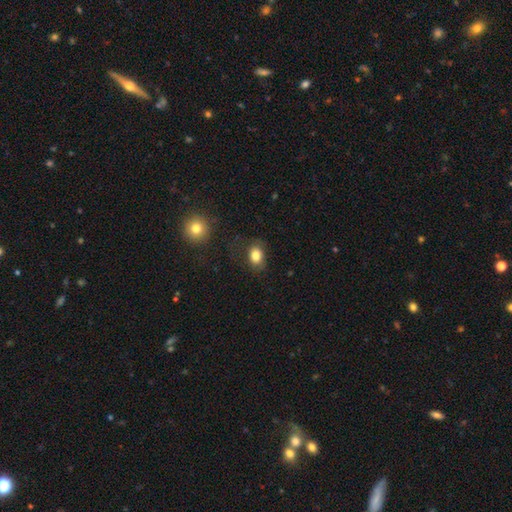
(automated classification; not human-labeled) Smooth or featured? smooth (82%)
How rounded? in between (66%)
Merging? none (72%)